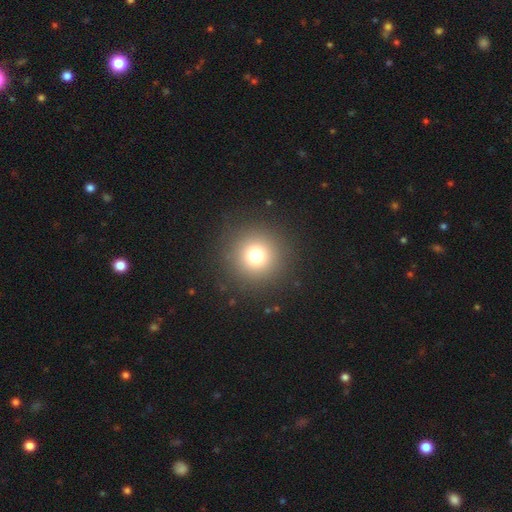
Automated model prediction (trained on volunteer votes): smooth 75%, star or artifact 16%, featured or disk 9%. Down the decision tree: how rounded — round (96%); merging — none (90%).